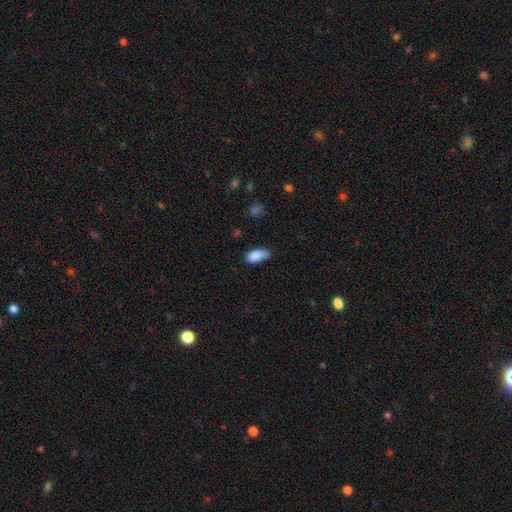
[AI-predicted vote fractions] smooth 87%, star or artifact 7%, featured or disk 5%. Down the decision tree: how rounded — in between (89%); merging — none (61%).